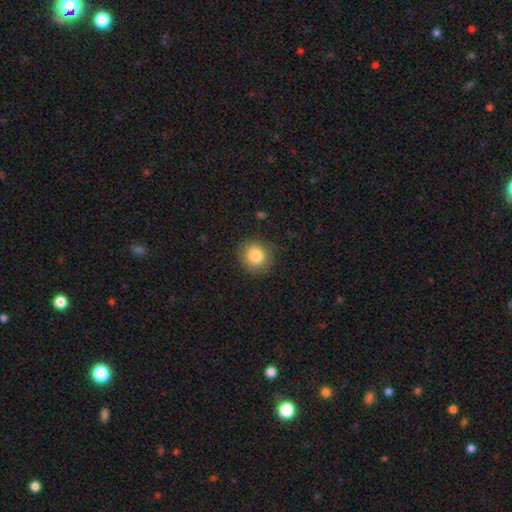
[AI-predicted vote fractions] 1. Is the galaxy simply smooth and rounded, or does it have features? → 83% smooth, 10% star or artifact, 7% featured or disk.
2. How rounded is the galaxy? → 91% round, 8% in between, 1% cigar-shaped.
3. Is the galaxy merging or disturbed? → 88% none, 8% minor disturbance, 3% major disturbance, 1% merger.